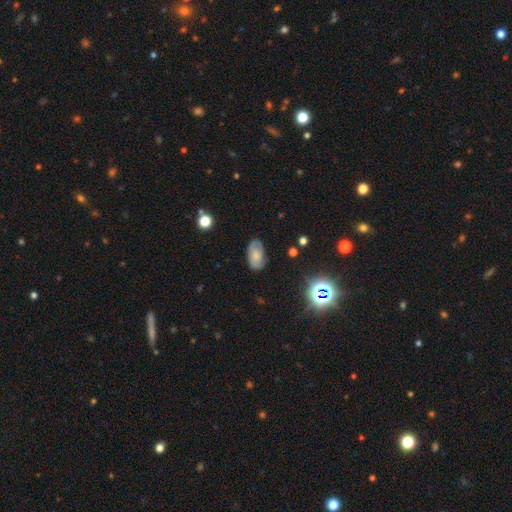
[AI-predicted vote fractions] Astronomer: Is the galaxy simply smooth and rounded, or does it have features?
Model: smooth — 60%.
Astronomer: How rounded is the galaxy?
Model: in between — 93%.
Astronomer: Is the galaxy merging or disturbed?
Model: none — 74%.